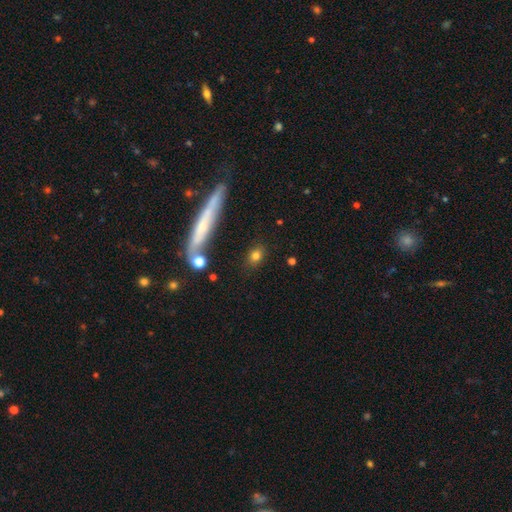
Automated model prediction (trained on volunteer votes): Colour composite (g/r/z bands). It shows a smooth galaxy with no disk features (77%) that is round (55%). Merging: none (82%).